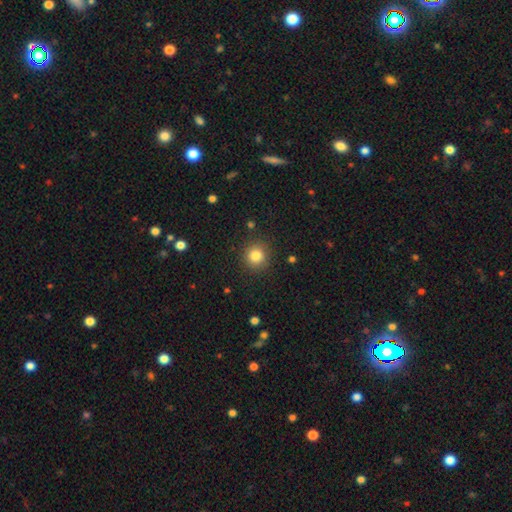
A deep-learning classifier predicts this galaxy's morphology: smooth-or-featured: smooth: 82% | star or artifact: 12% | featured or disk: 6%
  how-rounded: round: 92% | in between: 7% | cigar-shaped: 1%
  merging: none: 90% | minor disturbance: 7% | major disturbance: 2% | merger: 1%